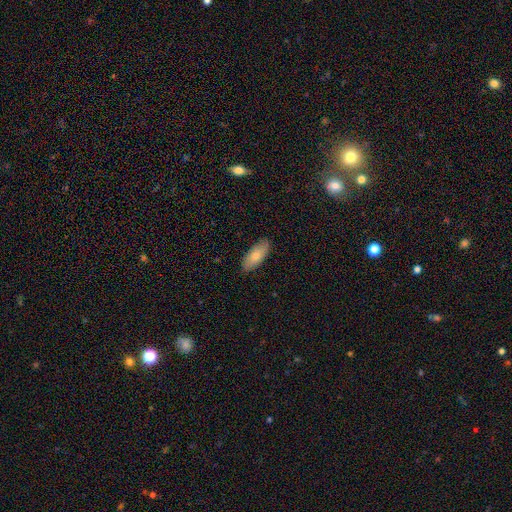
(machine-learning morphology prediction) A smooth galaxy with no disk features (78%) that is in between round and cigar-shaped (83%).

Vote fractions:
- Smooth or featured? smooth: 78% / featured or disk: 16% / star or artifact: 6%
- How rounded? in between: 83% / cigar-shaped: 15% / round: 2%
- Merging? none: 86% / minor disturbance: 11% / major disturbance: 2% / merger: 1%